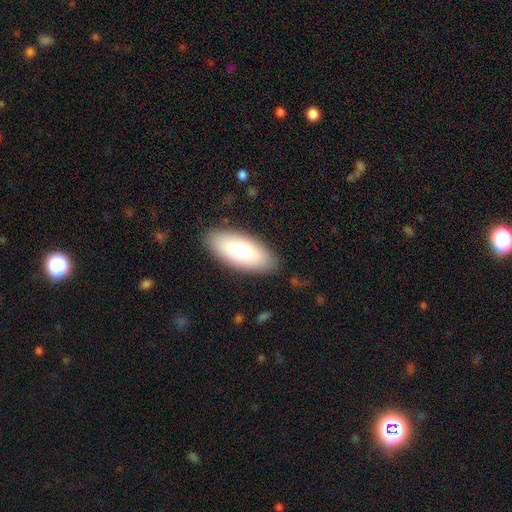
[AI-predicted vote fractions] A smooth galaxy with no disk features (72%) that is in between round and cigar-shaped (85%). Merging: none (85%).